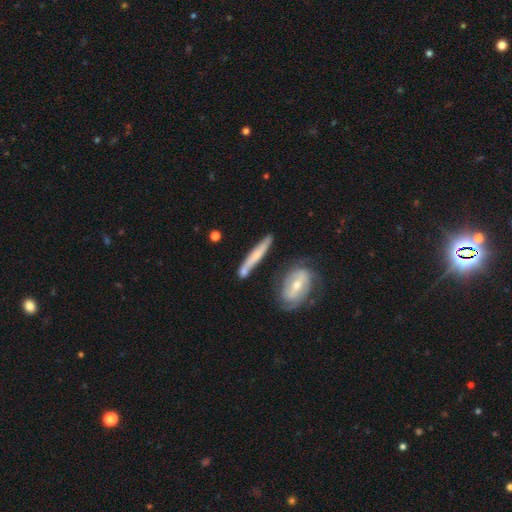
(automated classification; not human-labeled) featured or disk 48%, smooth 46%, star or artifact 6%. Down the decision tree: merging — none (68%).